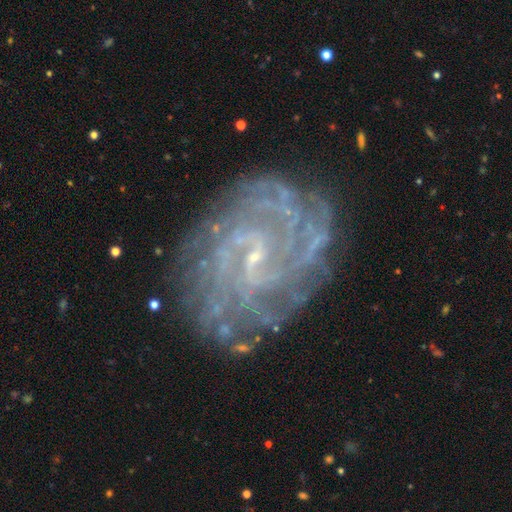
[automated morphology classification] Q: Smooth or featured?
A: featured or disk (89%); runner-up: star or artifact (7%)
Q: Edge-on disk?
A: no (98%); runner-up: yes (2%)
Q: Bar?
A: weak (48%); runner-up: no (36%)
Q: Spiral arms?
A: yes (98%); runner-up: no (2%)
Q: Spiral winding?
A: tight (72%); runner-up: medium (23%)
Q: Spiral arm count?
A: can't tell (25%); runner-up: 4 (19%)
Q: Bulge size?
A: small (82%); runner-up: moderate (10%)
Q: Merging?
A: none (82%); runner-up: minor disturbance (13%)